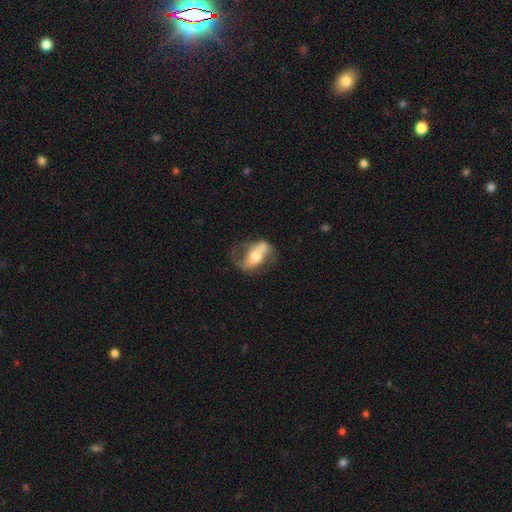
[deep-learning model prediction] featured or disk 67%, smooth 27%, star or artifact 6%. Down the decision tree: edge-on disk — no (85%); bar — strong (44%); spiral arms — yes (64%); bulge size — moderate (63%); merging — none (53%).